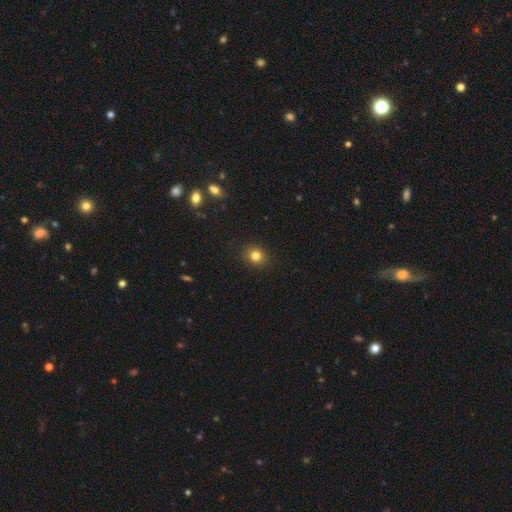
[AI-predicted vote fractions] Smooth or featured?
  - smooth: 82% *
  - star or artifact: 12%
  - featured or disk: 6%
How rounded?
  - round: 79% *
  - in between: 20%
  - cigar-shaped: 1%
Merging?
  - none: 90% *
  - minor disturbance: 7%
  - major disturbance: 2%
  - merger: 1%